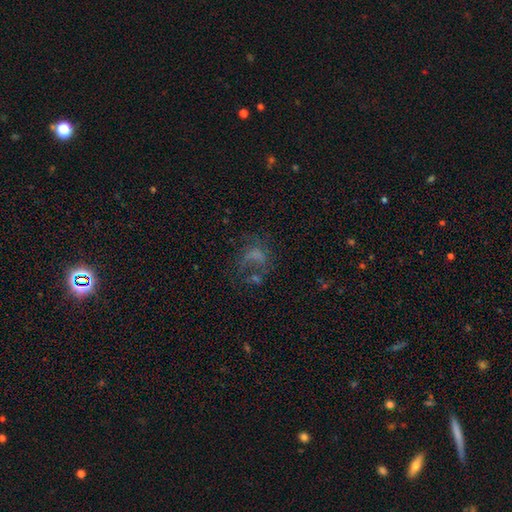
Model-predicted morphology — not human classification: This is marginally a featured or disk galaxy (42%). Merging: marginally major disturbance (41%).